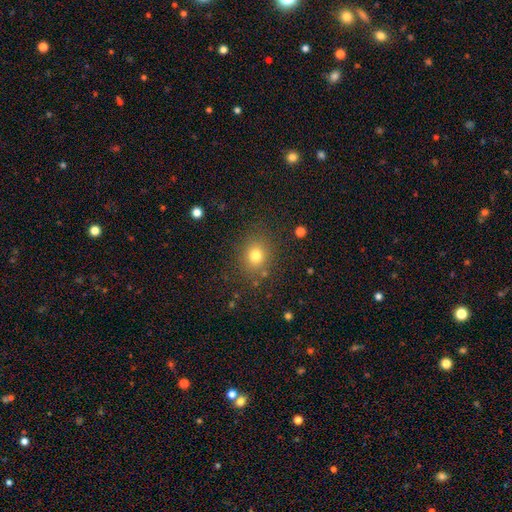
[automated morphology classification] A smooth galaxy with no disk features (76%) that is round (74%).

Vote fractions:
- Smooth or featured? smooth: 76% / star or artifact: 16% / featured or disk: 8%
- How rounded? round: 74% / in between: 25% / cigar-shaped: 1%
- Merging? none: 84% / minor disturbance: 10% / major disturbance: 4% / merger: 2%